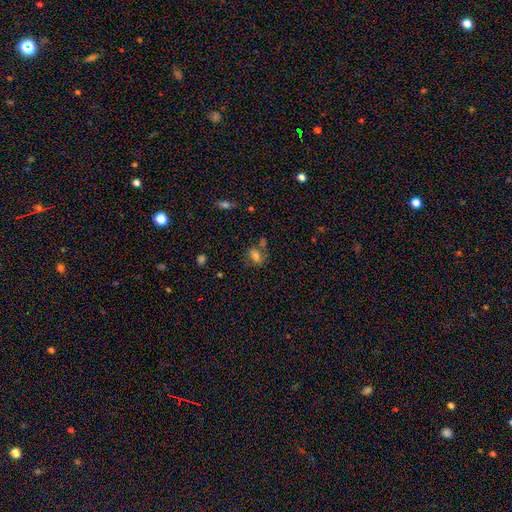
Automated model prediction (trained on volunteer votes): This is likely a smooth galaxy (60%). How rounded: likely in between (76%). Merging: marginally none (44%).